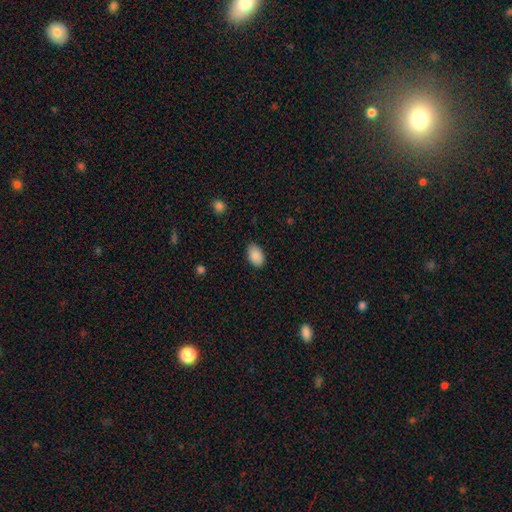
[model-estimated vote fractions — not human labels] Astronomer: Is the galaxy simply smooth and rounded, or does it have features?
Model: smooth — 89%.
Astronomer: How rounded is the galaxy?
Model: in between — 90%.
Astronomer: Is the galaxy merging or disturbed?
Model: none — 84%.